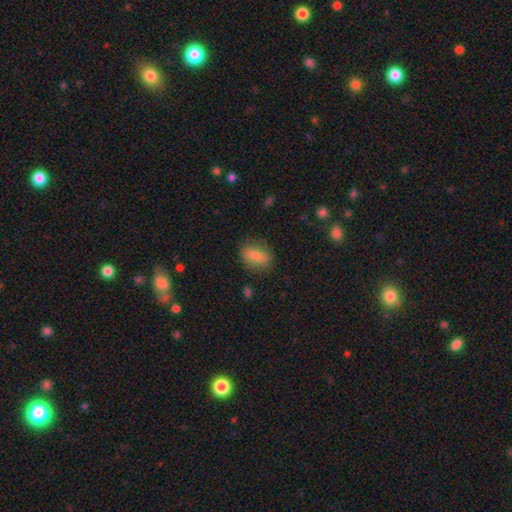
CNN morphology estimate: Smooth or featured?
  - smooth: 79% *
  - featured or disk: 13%
  - star or artifact: 8%
How rounded?
  - in between: 76% *
  - round: 22%
  - cigar-shaped: 2%
Merging?
  - none: 79% *
  - minor disturbance: 15%
  - major disturbance: 5%
  - merger: 1%